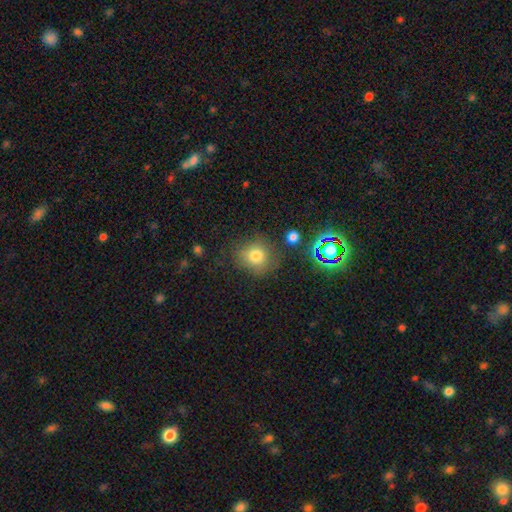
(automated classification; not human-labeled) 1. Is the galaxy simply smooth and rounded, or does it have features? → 76% smooth, 15% star or artifact, 9% featured or disk.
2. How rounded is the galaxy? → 82% round, 17% in between, 1% cigar-shaped.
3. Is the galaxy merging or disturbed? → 74% none, 16% minor disturbance, 7% major disturbance, 4% merger.